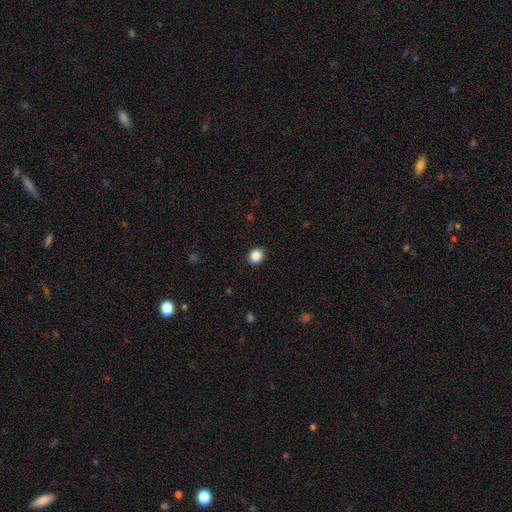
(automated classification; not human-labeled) The model was most divided on "how rounded": round: 64%, in between: 35%, cigar-shaped: 1%. More confident: merging — none (91%); smooth or featured — smooth (87%).